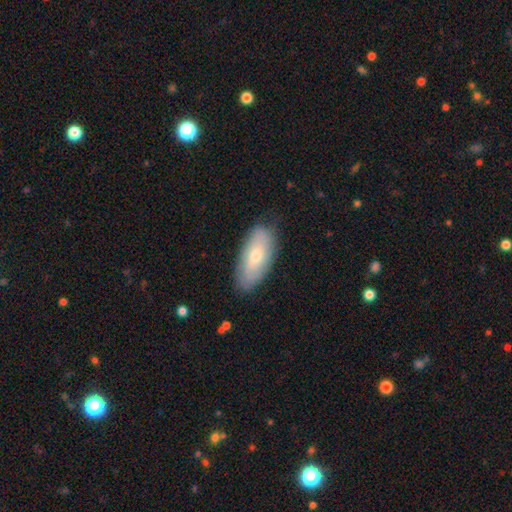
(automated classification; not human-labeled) Morphology: type=smooth (60%); roundness=in between (85%); merging=none (81%).